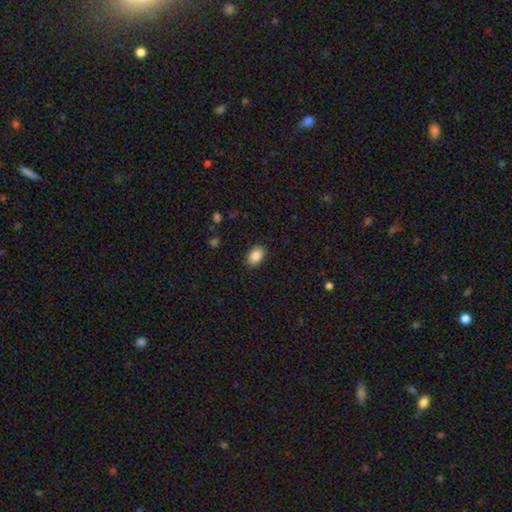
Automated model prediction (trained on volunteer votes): This is clearly a smooth galaxy (88%). How rounded: clearly in between (84%). Merging: clearly none (88%).